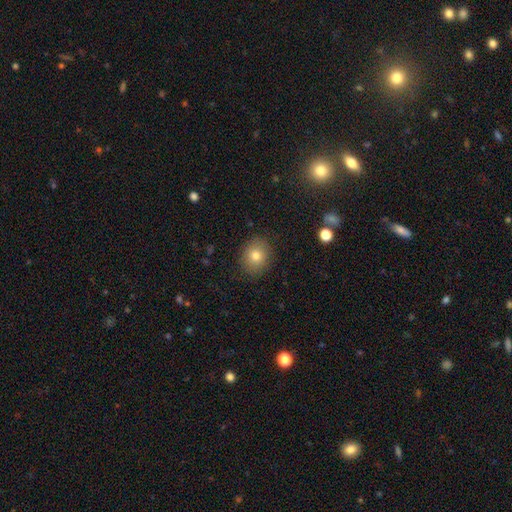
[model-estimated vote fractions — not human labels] This appears to be a smooth galaxy with no disk features (78%) that is round (59%). Merging: none (87%).